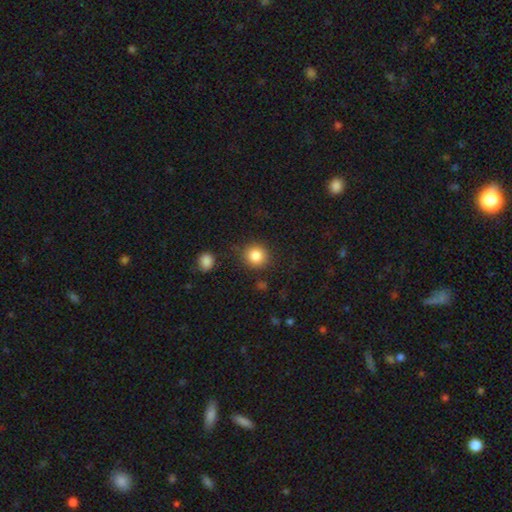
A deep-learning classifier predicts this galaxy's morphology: A smooth galaxy with no disk features (86%) that is round (91%). Merging: none (85%).